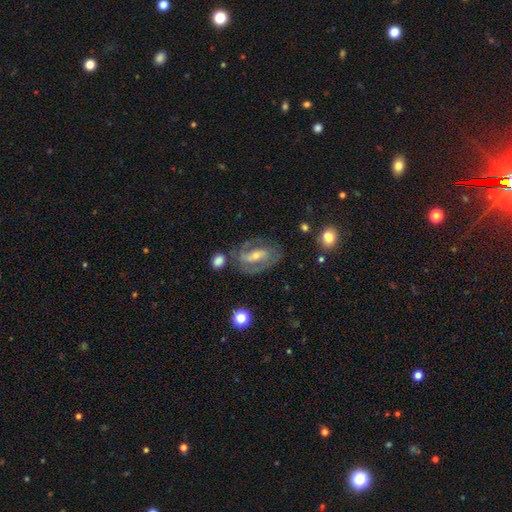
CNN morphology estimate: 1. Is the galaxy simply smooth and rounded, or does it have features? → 79% featured or disk, 14% smooth, 7% star or artifact.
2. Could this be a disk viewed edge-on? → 95% no, 5% yes.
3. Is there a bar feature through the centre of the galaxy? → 41% strong, 37% weak, 22% no.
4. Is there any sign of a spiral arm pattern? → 87% yes, 13% no.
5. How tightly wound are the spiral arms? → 44% tight, 43% medium, 13% loose.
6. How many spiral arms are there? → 74% 2, 14% can't tell, 5% 3, 4% 1, 2% 4, 1% more than 4.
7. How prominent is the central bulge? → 53% small, 42% moderate, 3% large, 2% none, 1% dominant.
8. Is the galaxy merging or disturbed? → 70% none, 17% minor disturbance, 9% major disturbance, 5% merger.